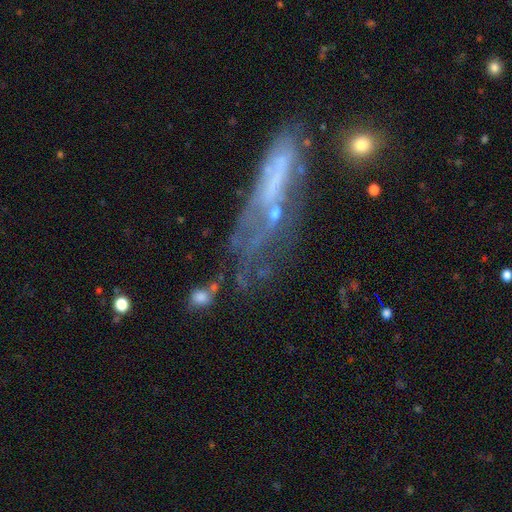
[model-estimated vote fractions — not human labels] Smooth or featured? featured or disk (57%)
Edge-on disk? no (65%)
Merging? none (43%)